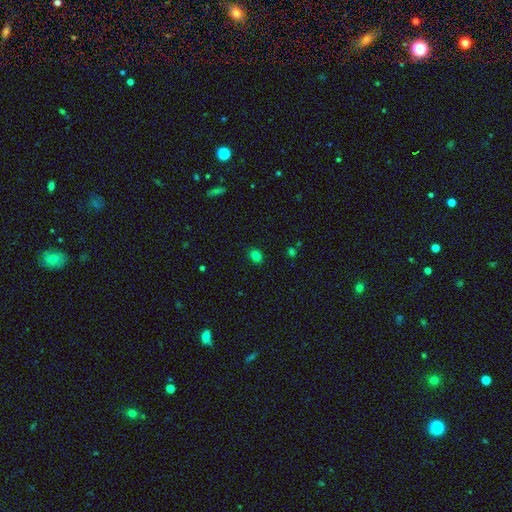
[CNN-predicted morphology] type=smooth (80%); roundness=round (50%); merging=none (87%).